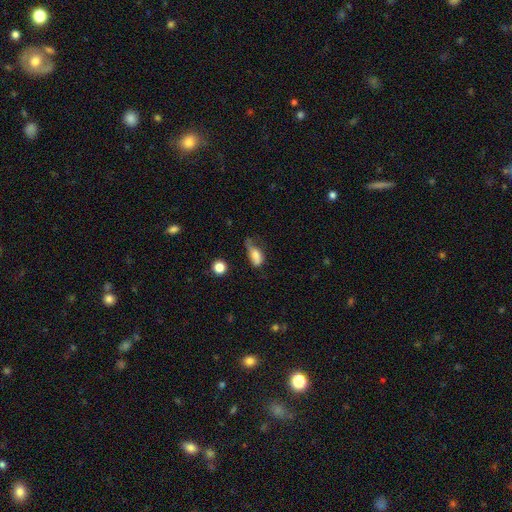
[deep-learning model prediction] Smooth or featured? smooth (70%)
How rounded? in between (83%)
Merging? major disturbance (35%, tied with minor disturbance)